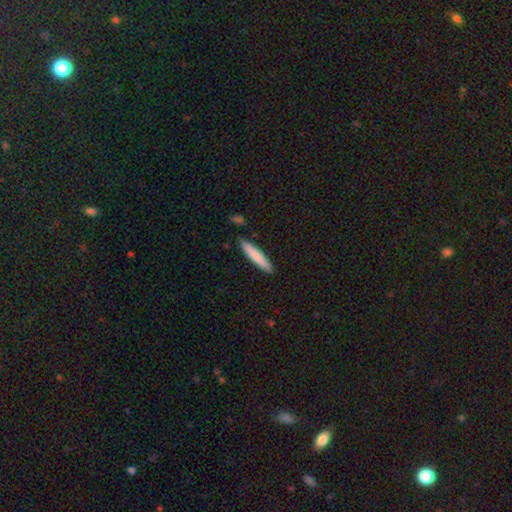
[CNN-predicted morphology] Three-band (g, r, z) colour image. It shows a smooth galaxy with no disk features (79%) that is cigar-shaped (91%). Merging: none (89%).